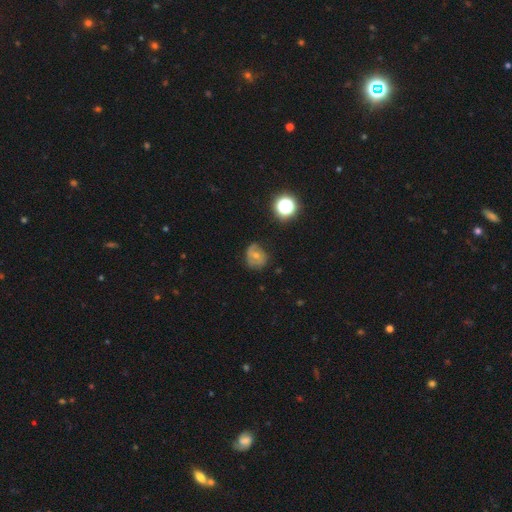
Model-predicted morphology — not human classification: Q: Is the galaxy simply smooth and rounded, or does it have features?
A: featured or disk — 47%.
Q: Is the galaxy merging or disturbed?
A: none — 56%.